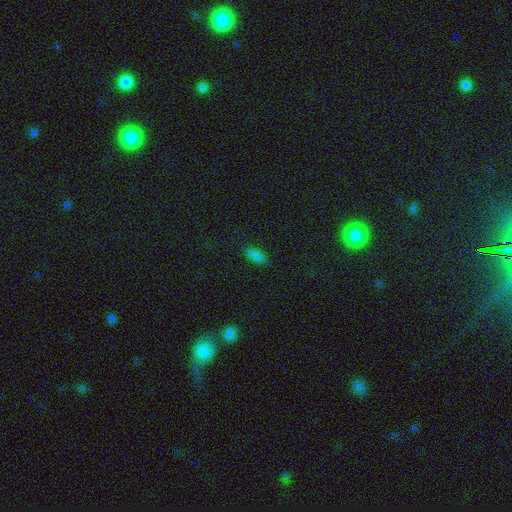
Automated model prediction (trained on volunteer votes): This is clearly a smooth galaxy (82%). How rounded: likely in between (70%). Merging: clearly none (86%).